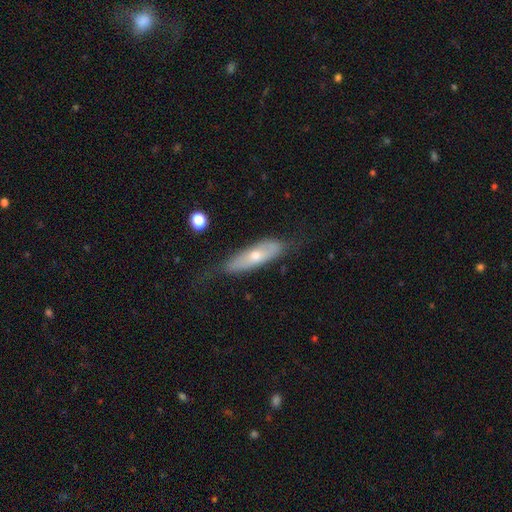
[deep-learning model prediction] Overall: smooth (50%; featured or disk 43%). How rounded: cigar-shaped (54%; in between 43%). Merging: none (62%; minor disturbance 25%).